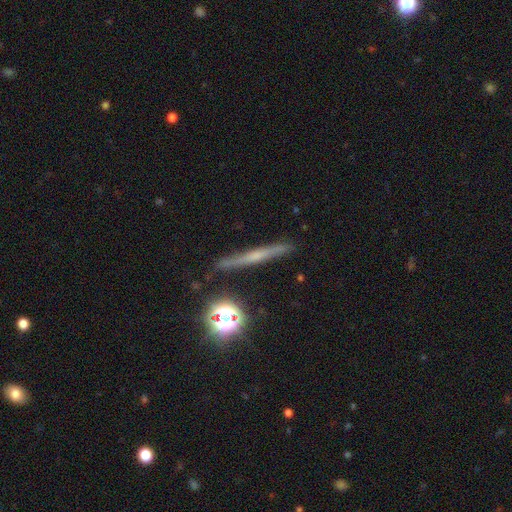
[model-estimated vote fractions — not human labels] Smooth or featured? Predicted: featured or disk (p=0.53). Edge-on disk? Predicted: yes (p=0.95). Edge-on bulge? Predicted: none (p=0.53). Merging? Predicted: none (p=0.87).